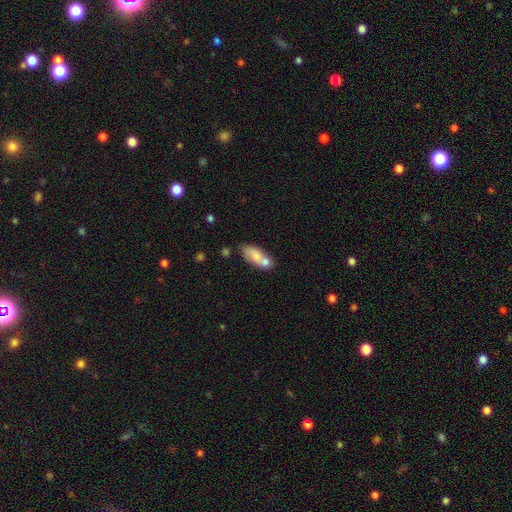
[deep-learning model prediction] smooth_or_featured: smooth (p=0.73) [alt: featured or disk p=0.19]
how_rounded: in between (p=0.77) [alt: cigar-shaped p=0.19]
merging: none (p=0.42) [alt: merger p=0.36]